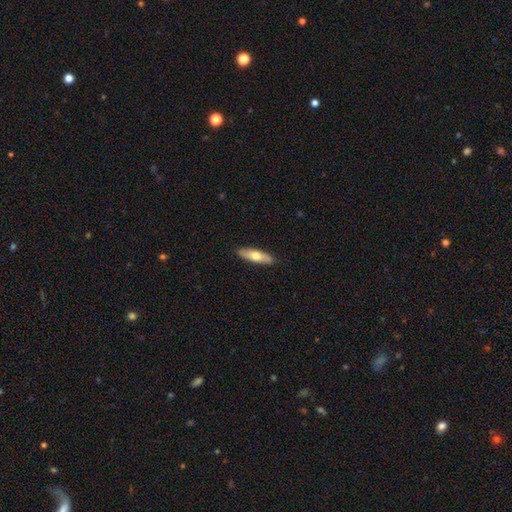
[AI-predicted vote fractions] Smooth or featured? Predicted: smooth (p=0.62). How rounded? Predicted: cigar-shaped (p=0.52). Merging? Predicted: none (p=0.89).